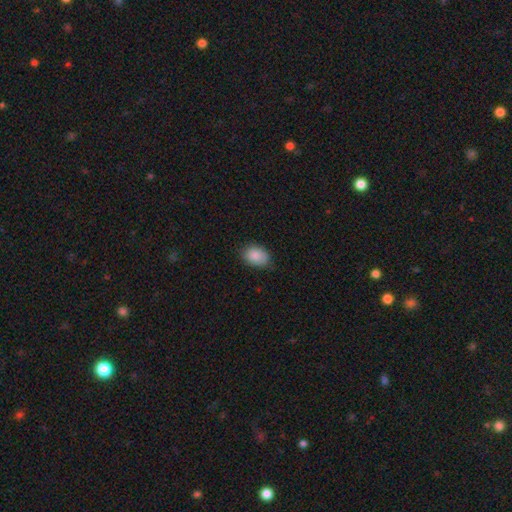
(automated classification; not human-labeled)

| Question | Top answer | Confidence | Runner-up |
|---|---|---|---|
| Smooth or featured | smooth | 87% | star or artifact (7%) |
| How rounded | in between | 80% | round (19%) |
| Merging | none | 77% | minor disturbance (19%) |